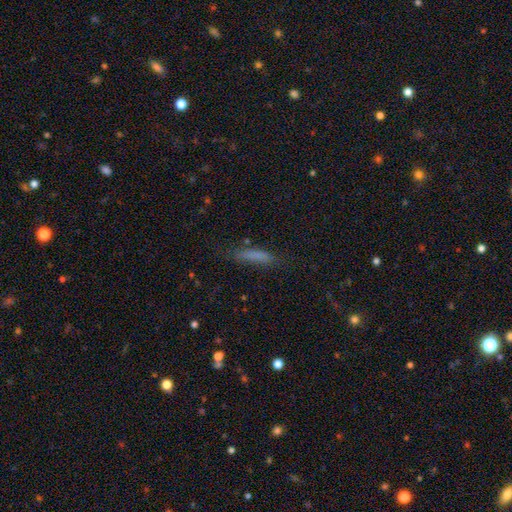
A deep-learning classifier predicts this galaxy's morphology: A smooth galaxy with no disk features (74%) that is cigar-shaped (83%).

Vote fractions:
- Smooth or featured? smooth: 74% / featured or disk: 16% / star or artifact: 11%
- How rounded? cigar-shaped: 83% / in between: 15% / round: 2%
- Merging? none: 71% / minor disturbance: 20% / major disturbance: 7% / merger: 2%